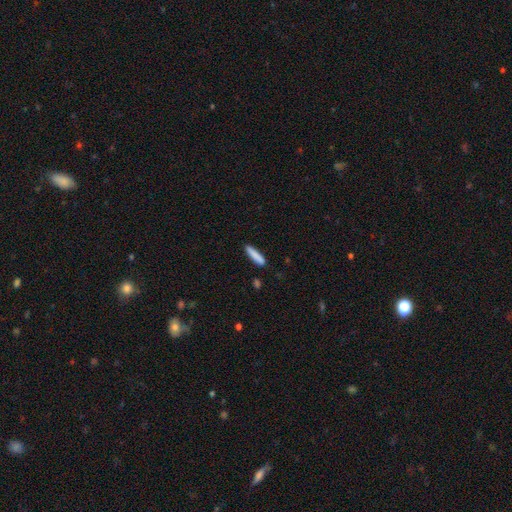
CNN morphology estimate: A smooth galaxy with no disk features (86%) that is cigar-shaped (85%).

Vote fractions:
- Smooth or featured? smooth: 86% / featured or disk: 8% / star or artifact: 6%
- How rounded? cigar-shaped: 85% / in between: 13% / round: 1%
- Merging? none: 88% / minor disturbance: 9% / major disturbance: 2% / merger: 2%